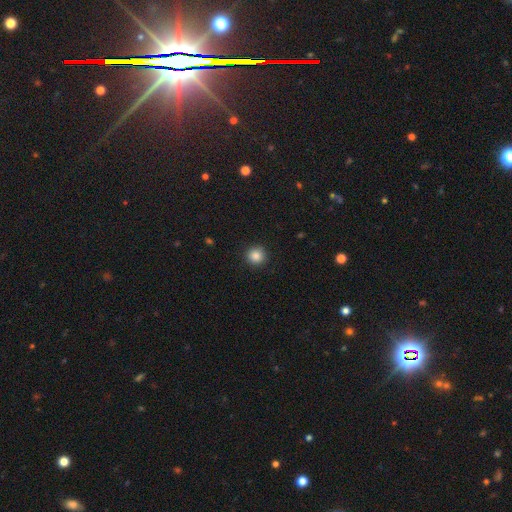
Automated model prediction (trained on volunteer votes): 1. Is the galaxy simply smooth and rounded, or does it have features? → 86% smooth, 10% star or artifact, 4% featured or disk.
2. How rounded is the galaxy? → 94% round, 5% in between, 1% cigar-shaped.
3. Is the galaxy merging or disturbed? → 92% none, 5% minor disturbance, 2% major disturbance, 1% merger.